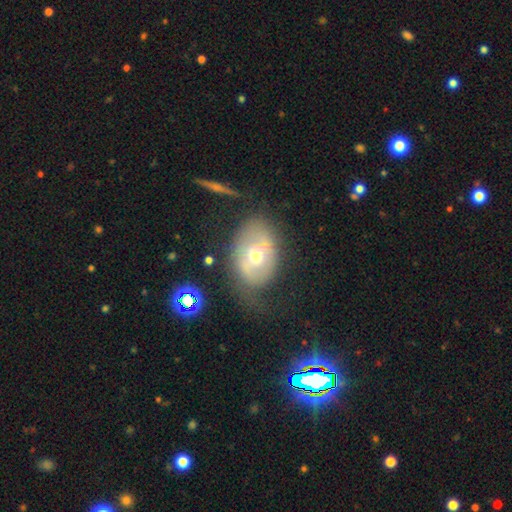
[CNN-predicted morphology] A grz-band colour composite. It shows a featured or disk galaxy (49%). Merging: none (57%).